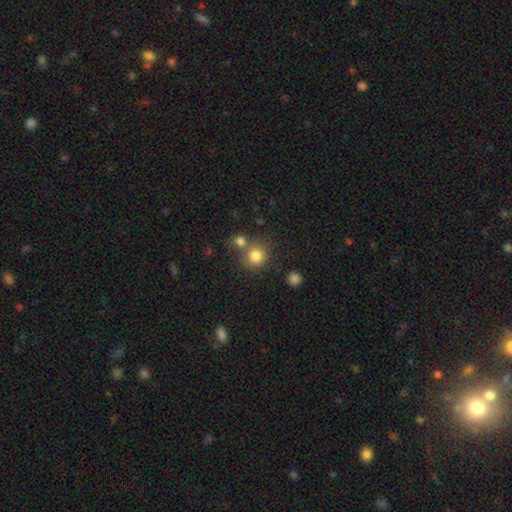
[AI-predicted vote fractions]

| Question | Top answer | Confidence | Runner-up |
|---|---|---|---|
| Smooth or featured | smooth | 81% | star or artifact (12%) |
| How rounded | round | 87% | in between (12%) |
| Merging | none | 60% | merger (28%) |